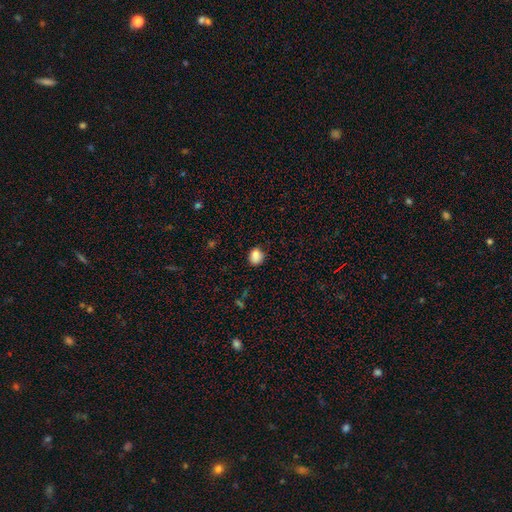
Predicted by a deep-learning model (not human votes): This is clearly a smooth galaxy (87%). How rounded: possibly round (55%). Merging: likely none (77%).